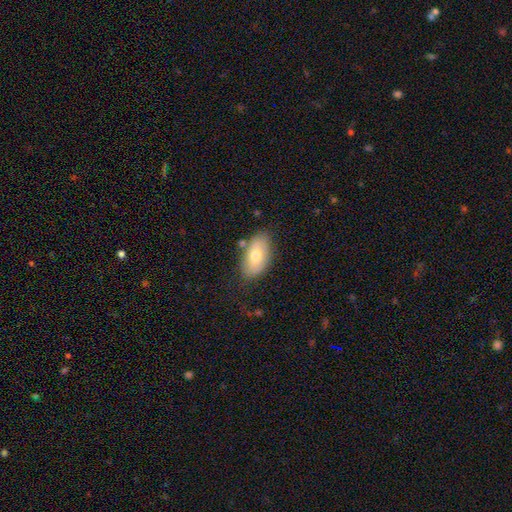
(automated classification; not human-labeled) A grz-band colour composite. It shows a smooth galaxy with no disk features (67%) that is in between round and cigar-shaped (92%). Merging: none (75%).